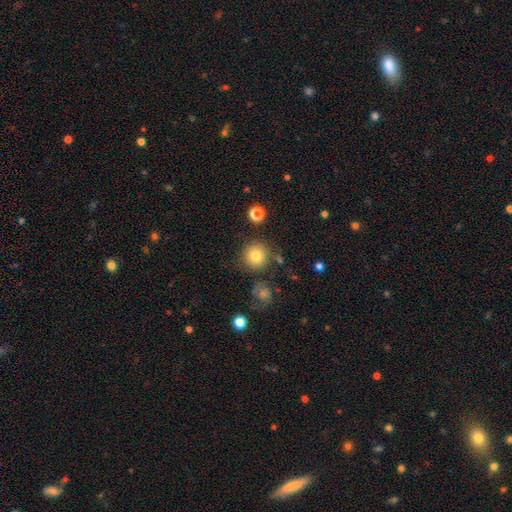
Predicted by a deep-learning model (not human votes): The model was most divided on "smooth or featured": smooth: 82%, star or artifact: 11%, featured or disk: 8%. More confident: how rounded — round (93%); merging — none (81%).